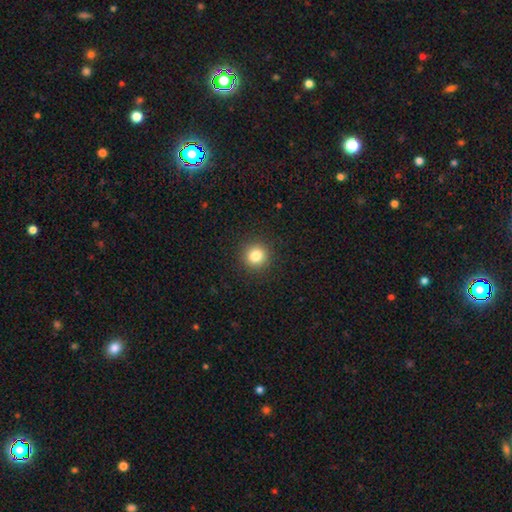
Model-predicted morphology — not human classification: smooth_or_featured: smooth (p=0.83) [alt: star or artifact p=0.12]
how_rounded: round (p=0.92) [alt: in between p=0.07]
merging: none (p=0.92) [alt: minor disturbance p=0.05]